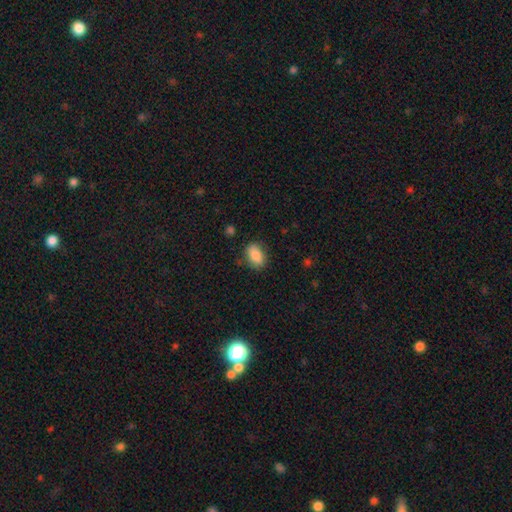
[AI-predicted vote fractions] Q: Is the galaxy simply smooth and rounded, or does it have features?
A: smooth — 86%.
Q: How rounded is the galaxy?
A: in between — 88%.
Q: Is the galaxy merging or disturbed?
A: none — 82%.